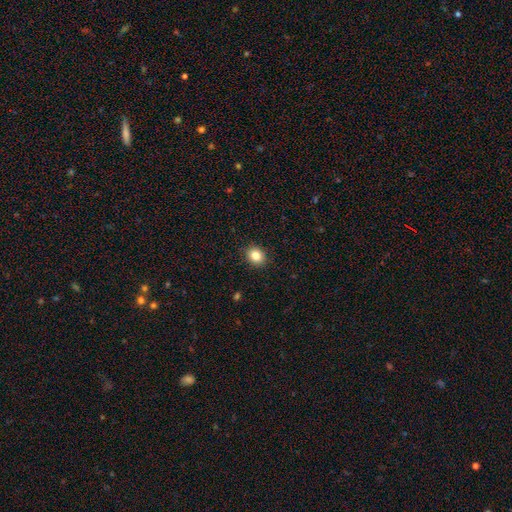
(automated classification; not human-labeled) Q: Smooth or featured?
A: smooth (84%); runner-up: star or artifact (10%)
Q: How rounded?
A: round (66%); runner-up: in between (33%)
Q: Merging?
A: none (90%); runner-up: minor disturbance (7%)